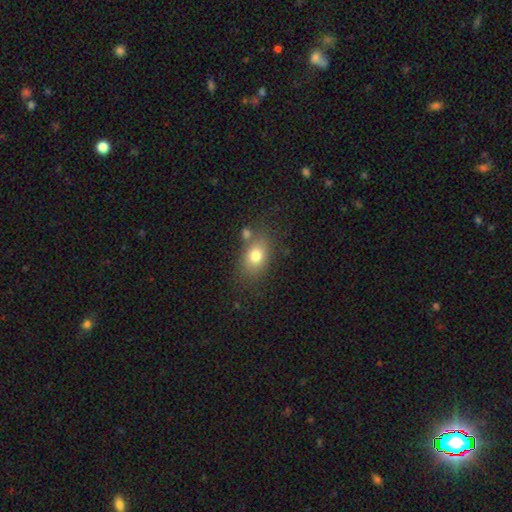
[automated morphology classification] A smooth galaxy with no disk features (77%) that is in between round and cigar-shaped (73%). Merging: none (67%).